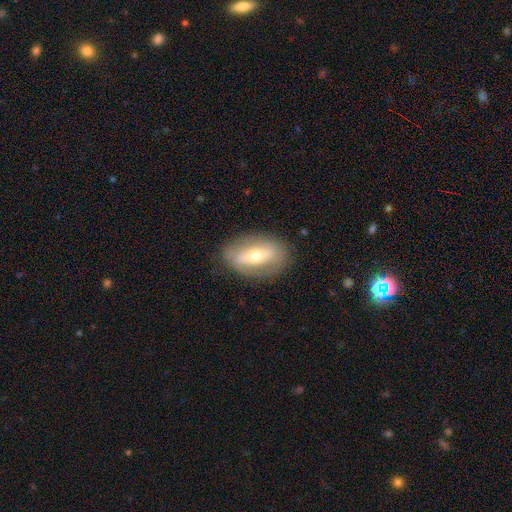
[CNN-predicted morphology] Smooth or featured? Predicted: featured or disk (p=0.58). Edge-on disk? Predicted: no (p=0.82). Merging? Predicted: none (p=0.79).